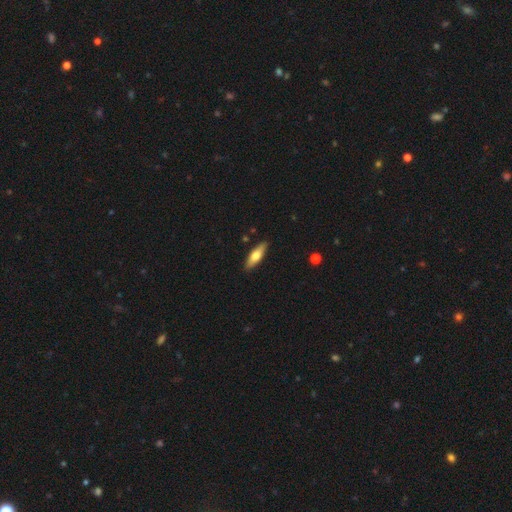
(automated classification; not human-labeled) A smooth galaxy with no disk features (60%) that is cigar-shaped (55%).

Vote fractions:
- Smooth or featured? smooth: 60% / featured or disk: 34% / star or artifact: 5%
- How rounded? cigar-shaped: 55% / in between: 43% / round: 2%
- Merging? none: 88% / minor disturbance: 9% / major disturbance: 2% / merger: 1%